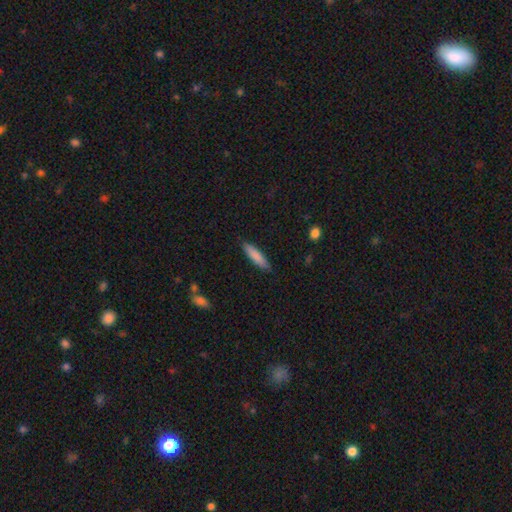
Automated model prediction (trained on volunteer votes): This is clearly a smooth galaxy (83%). How rounded: likely cigar-shaped (78%). Merging: clearly none (87%).